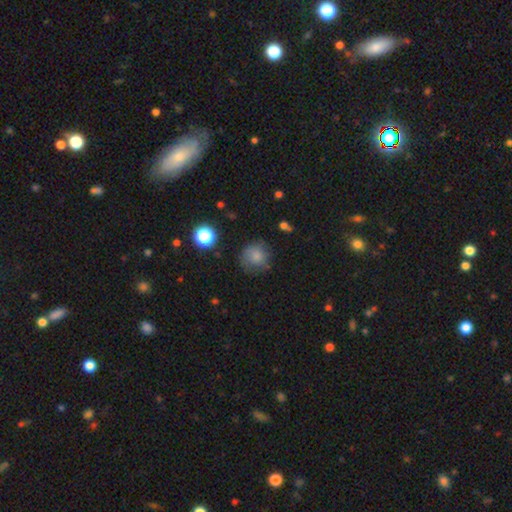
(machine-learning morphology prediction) A smooth galaxy with no disk features (75%) that is round (88%).

Vote fractions:
- Smooth or featured? smooth: 75% / featured or disk: 13% / star or artifact: 12%
- How rounded? round: 88% / in between: 11% / cigar-shaped: 1%
- Merging? none: 67% / minor disturbance: 22% / major disturbance: 10% / merger: 2%